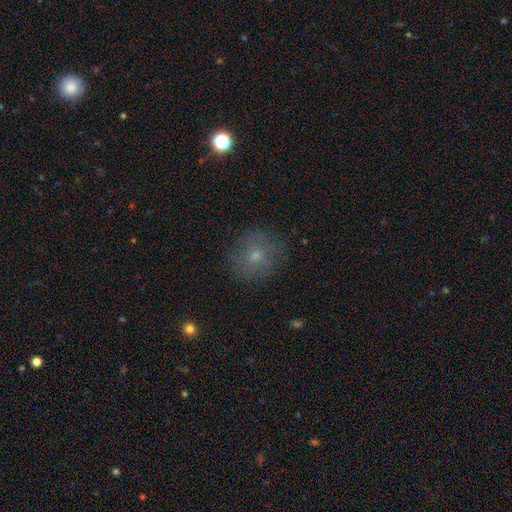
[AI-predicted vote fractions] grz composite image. It shows a smooth galaxy with no disk features (66%) that is round (85%). Merging: none (83%).